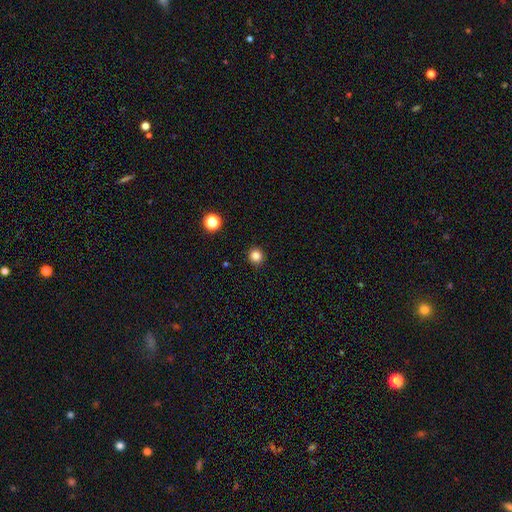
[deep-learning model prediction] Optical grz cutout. It shows a smooth galaxy with no disk features (84%) that is round (93%). Merging: none (92%).